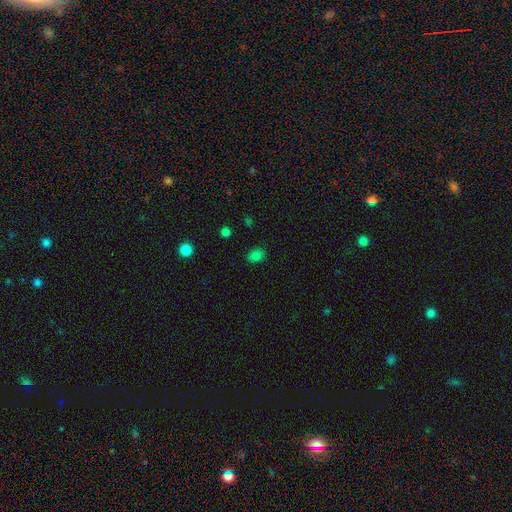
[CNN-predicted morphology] Smooth or featured? smooth (81%)
How rounded? in between (73%)
Merging? none (83%)